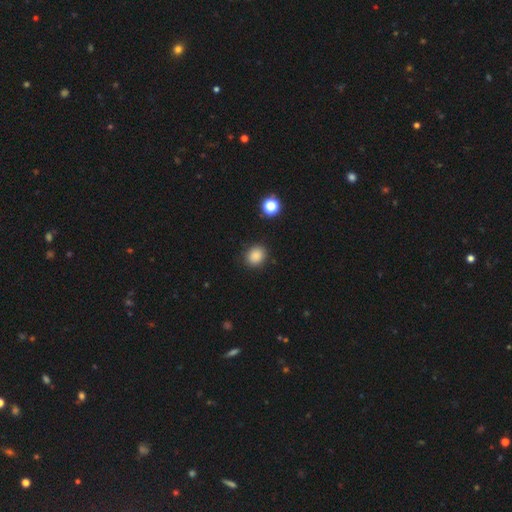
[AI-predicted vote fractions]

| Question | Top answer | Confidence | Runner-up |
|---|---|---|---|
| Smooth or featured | smooth | 85% | star or artifact (11%) |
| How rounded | round | 64% | in between (35%) |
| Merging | none | 87% | minor disturbance (9%) |